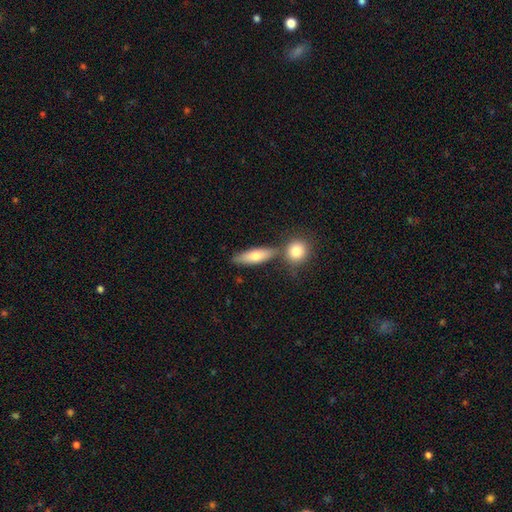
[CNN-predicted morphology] Smooth or featured? Predicted: smooth (p=0.71). How rounded? Predicted: in between (p=0.53). Merging? Predicted: none (p=0.64).